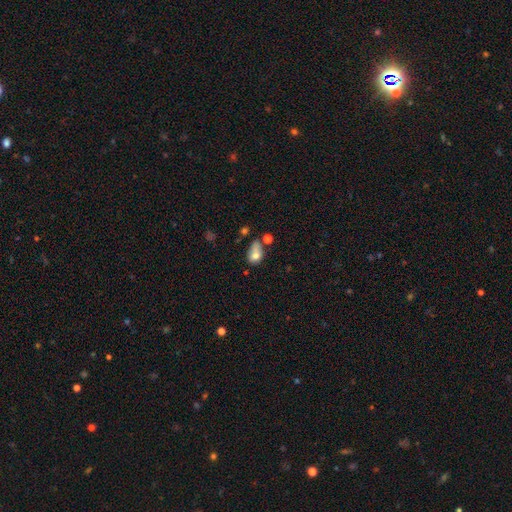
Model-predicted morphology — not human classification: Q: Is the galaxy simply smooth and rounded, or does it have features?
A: smooth — 71%.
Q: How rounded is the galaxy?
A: in between — 77%.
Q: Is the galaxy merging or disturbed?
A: minor disturbance — 30%, tied with none.